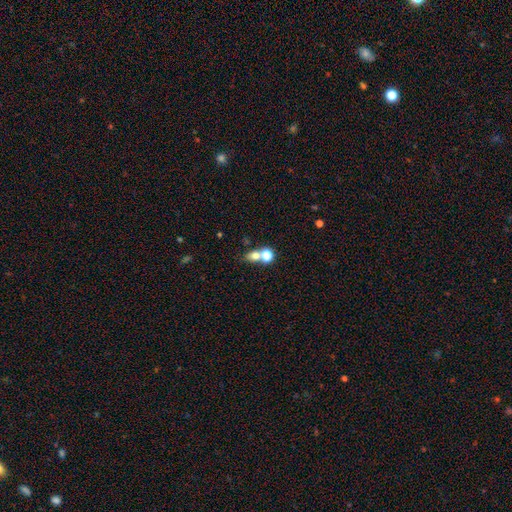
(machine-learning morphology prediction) Overall: smooth (70%). How rounded: round (56%; in between 41%). Merging: merger (46%; none 42%).